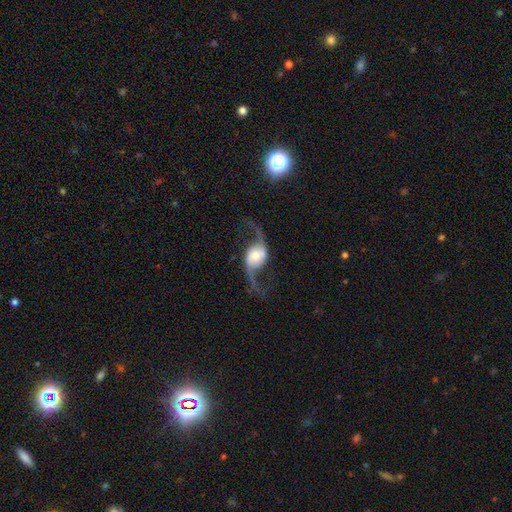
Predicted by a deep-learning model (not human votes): This appears to be a featured or disk galaxy (90%) with no bar (54%), 2 (95%) loose (88%) spiral arms (97%) and a moderate central bulge (48%). Merging: none (75%).